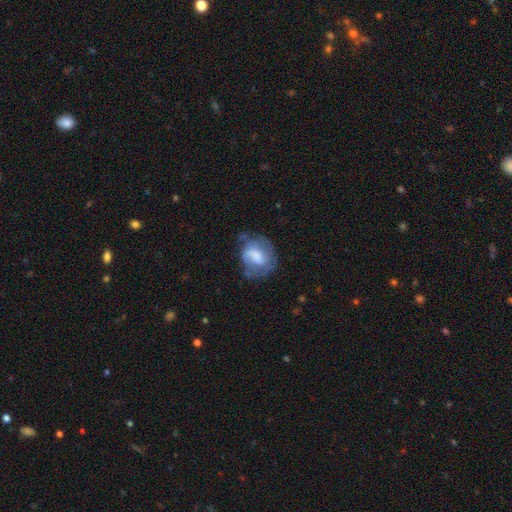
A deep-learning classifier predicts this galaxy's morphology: featured or disk 47%, smooth 45%, star or artifact 8%. Down the decision tree: merging — none (49%).